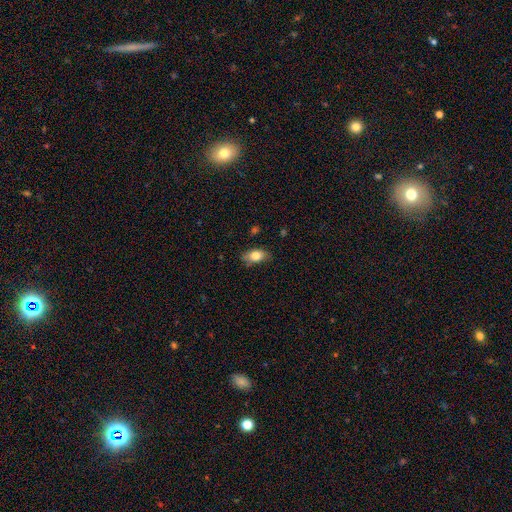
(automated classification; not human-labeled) The model was most divided on "merging": none: 75%, minor disturbance: 20%, major disturbance: 4%, merger: 2%. More confident: how rounded — in between (87%); smooth or featured — smooth (81%).